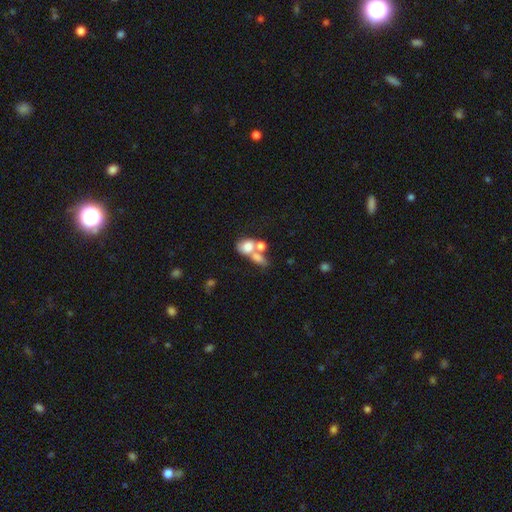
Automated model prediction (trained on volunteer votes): Morphology: type=smooth (64%); roundness=in between (52%); merging=merger (61%).